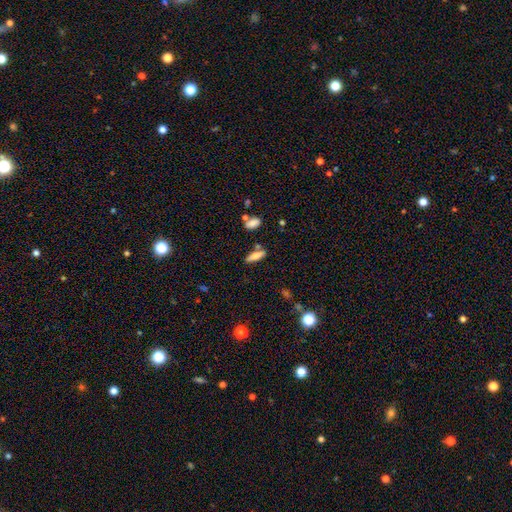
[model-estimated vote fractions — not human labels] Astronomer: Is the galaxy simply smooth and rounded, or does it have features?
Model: smooth — 64%.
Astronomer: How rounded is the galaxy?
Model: cigar-shaped — 55% (runner-up: in between, 42%).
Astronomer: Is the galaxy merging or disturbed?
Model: none — 76%.